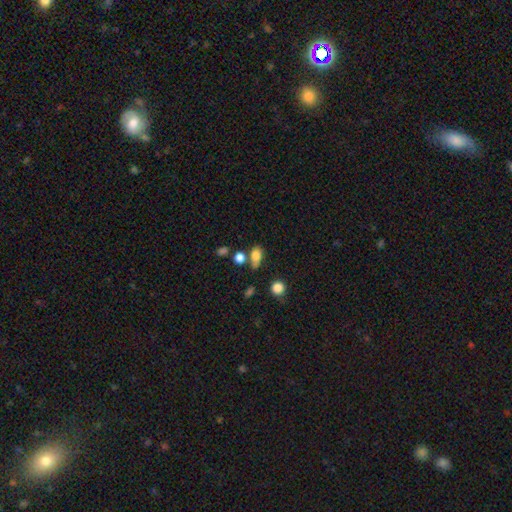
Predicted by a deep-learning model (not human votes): Overall: smooth (79%). How rounded: in between (76%). Merging: none (53%; minor disturbance 21%).